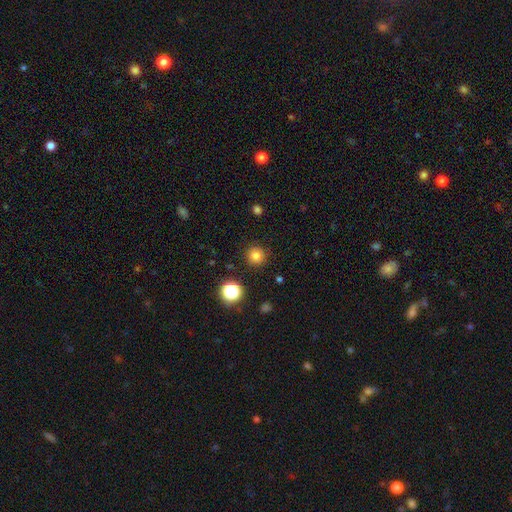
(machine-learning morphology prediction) A smooth galaxy with no disk features (80%) that is round (95%). Merging: none (90%).